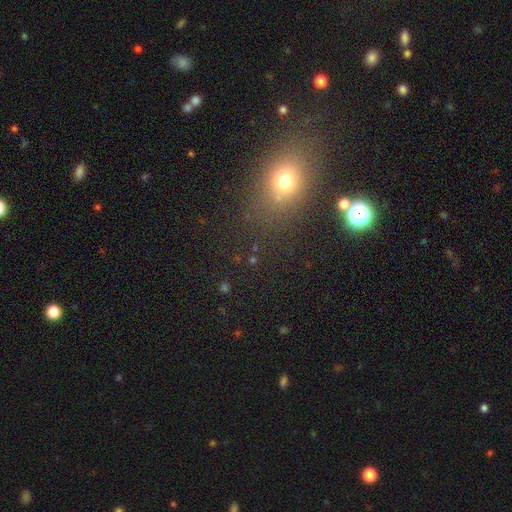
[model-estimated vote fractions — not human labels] A smooth galaxy with no disk features (57%) that is in between round and cigar-shaped (59%).

Vote fractions:
- Smooth or featured? smooth: 57% / star or artifact: 33% / featured or disk: 10%
- How rounded? in between: 59% / round: 37% / cigar-shaped: 4%
- Merging? none: 83% / minor disturbance: 9% / major disturbance: 4% / merger: 4%